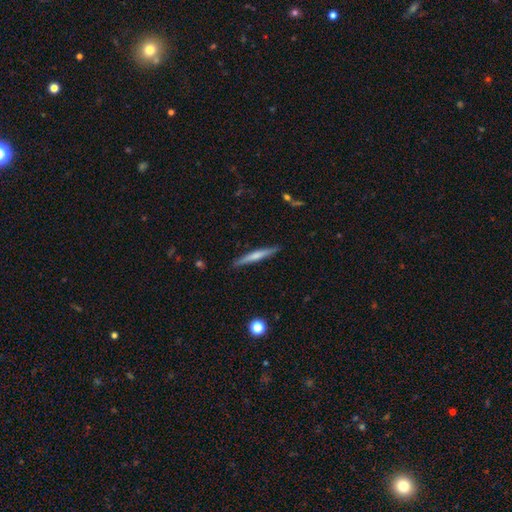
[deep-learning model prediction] The model was most divided on "smooth or featured": smooth: 48%, featured or disk: 46%, star or artifact: 6%. More confident: merging — none (90%).